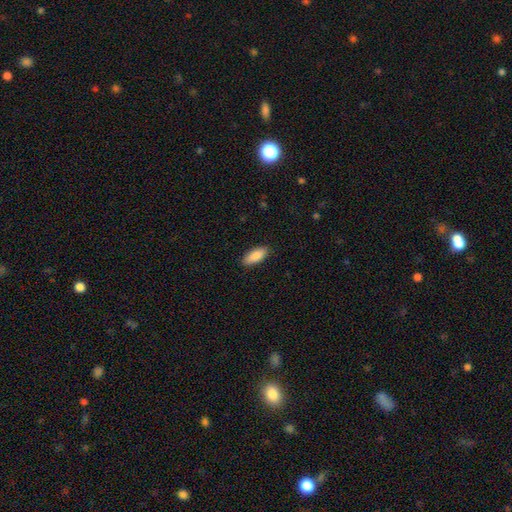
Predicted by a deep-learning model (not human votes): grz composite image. It shows a smooth galaxy with no disk features (89%) that is in between round and cigar-shaped (79%). Merging: none (88%).